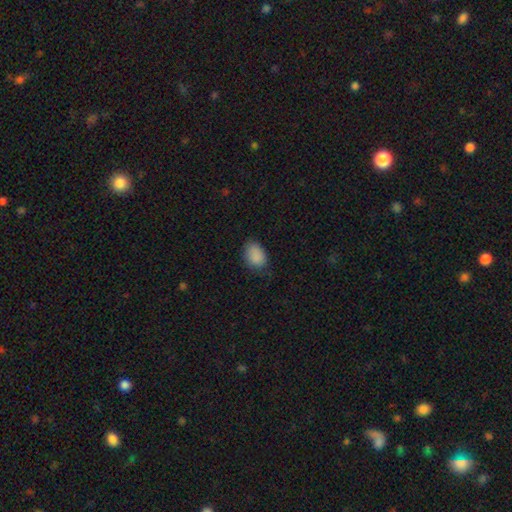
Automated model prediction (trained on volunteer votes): Overall: smooth (87%). How rounded: in between (78%). Merging: none (70%).